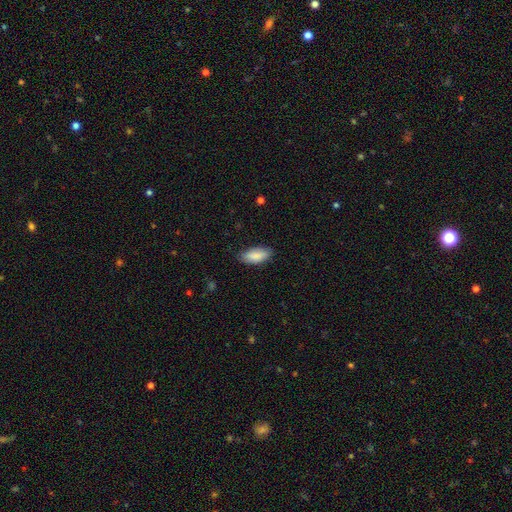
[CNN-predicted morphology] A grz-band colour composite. It shows a smooth galaxy with no disk features (88%) that is in between round and cigar-shaped (87%). Merging: none (83%).